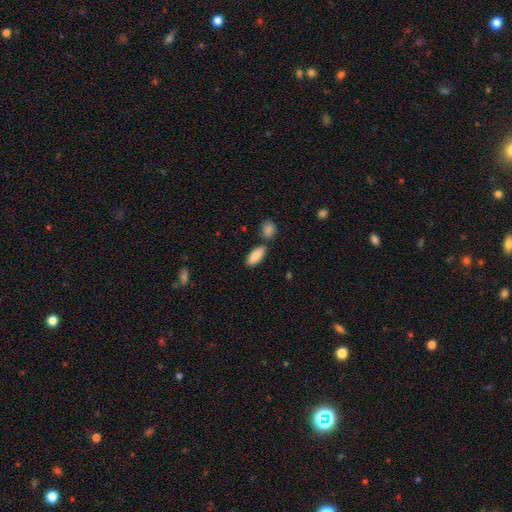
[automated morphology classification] A smooth galaxy with no disk features (89%) that is in between round and cigar-shaped (78%). Merging: none (71%).